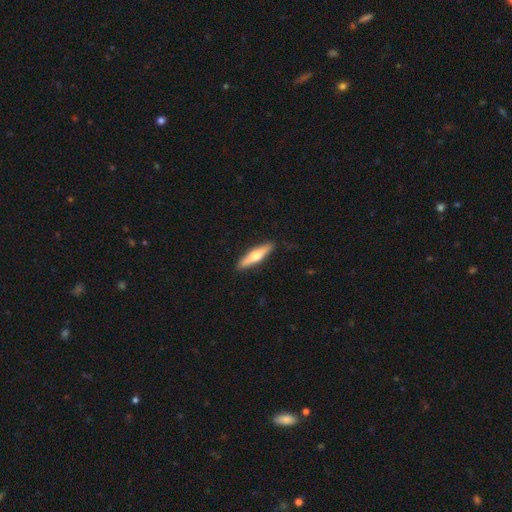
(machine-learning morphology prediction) smooth-or-featured: featured or disk: 50% | smooth: 46% | star or artifact: 5%
  merging: none: 90% | minor disturbance: 7% | major disturbance: 2% | merger: 1%